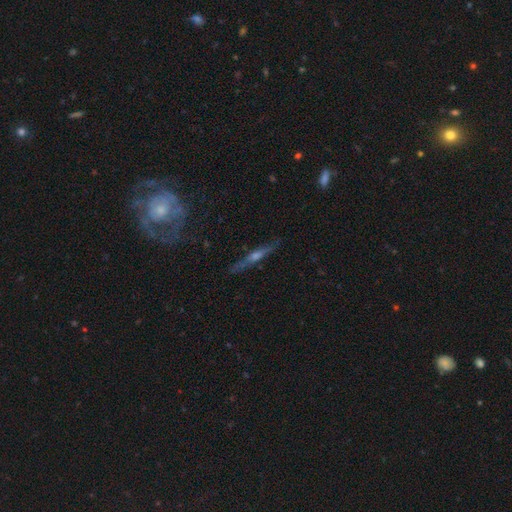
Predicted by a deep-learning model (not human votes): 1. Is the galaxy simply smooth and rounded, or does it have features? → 74% featured or disk, 17% smooth, 8% star or artifact.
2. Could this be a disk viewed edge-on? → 95% yes, 5% no.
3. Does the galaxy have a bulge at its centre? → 81% rounded, 12% none, 7% boxy.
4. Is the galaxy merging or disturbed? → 84% none, 11% minor disturbance, 3% major disturbance, 2% merger.